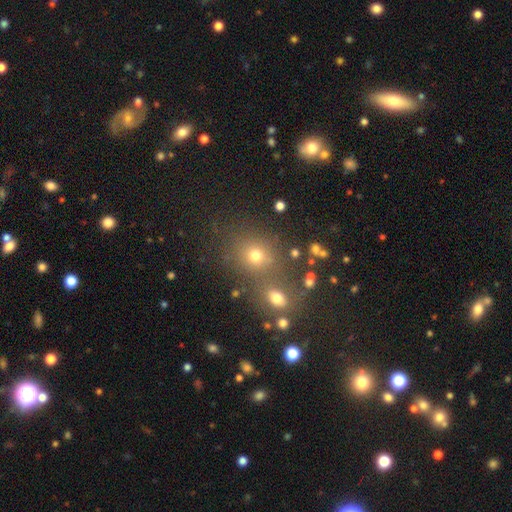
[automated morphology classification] A smooth galaxy with no disk features (68%) that is round (75%).

Vote fractions:
- Smooth or featured? smooth: 68% / star or artifact: 22% / featured or disk: 11%
- How rounded? round: 75% / in between: 24% / cigar-shaped: 1%
- Merging? none: 57% / merger: 29% / minor disturbance: 9% / major disturbance: 5%